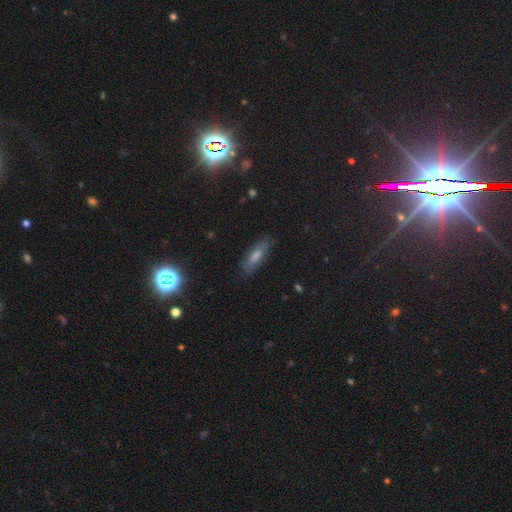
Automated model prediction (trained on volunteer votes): smooth 65%, featured or disk 24%, star or artifact 12%. Down the decision tree: how rounded — cigar-shaped (50%); merging — none (79%).